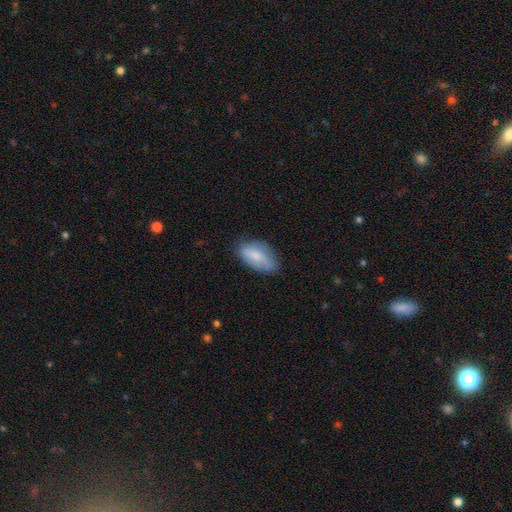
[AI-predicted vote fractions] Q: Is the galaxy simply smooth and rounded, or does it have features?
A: smooth — 78%.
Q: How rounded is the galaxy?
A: in between — 92%.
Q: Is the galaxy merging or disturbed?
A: none — 65%.